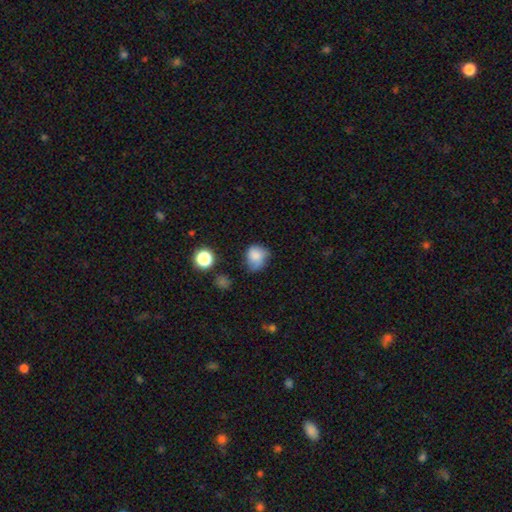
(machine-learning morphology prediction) The model was most divided on "merging": none: 45%, minor disturbance: 38%, major disturbance: 14%, merger: 3%. More confident: smooth or featured — smooth (79%); how rounded — round (64%).